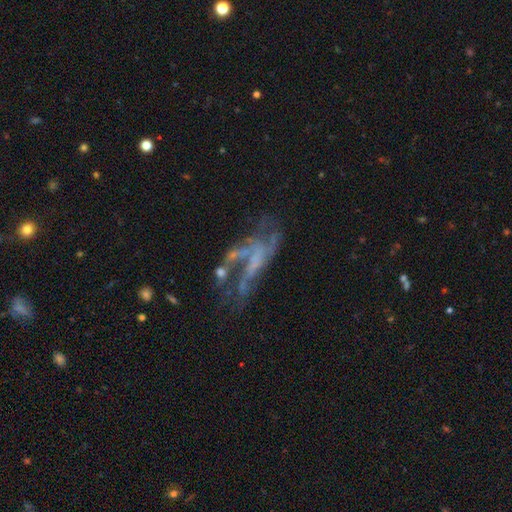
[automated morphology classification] The model was most divided on "spiral arms": yes: 54%, no: 46%. Remaining: edge-on disk — no (92%); bulge size — none (72%); smooth or featured — featured or disk (71%); bar — no (62%); merging — major disturbance (42%).